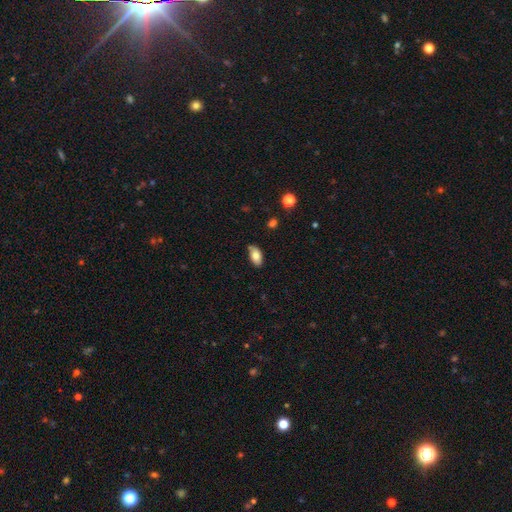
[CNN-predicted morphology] Smooth or featured: smooth — 80% (featured or disk — 12%)
How rounded: in between — 93% (cigar-shaped — 4%)
Merging: none — 73% (minor disturbance — 22%)